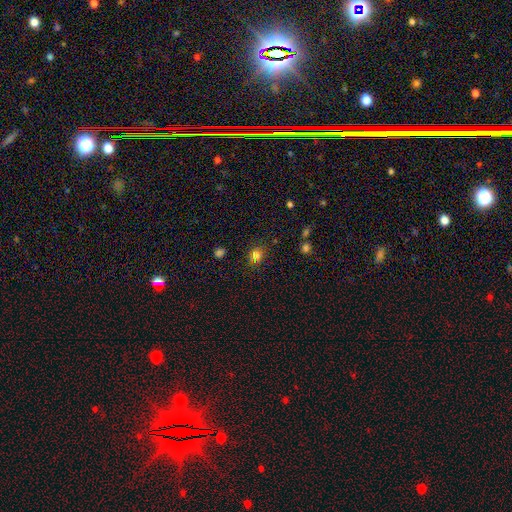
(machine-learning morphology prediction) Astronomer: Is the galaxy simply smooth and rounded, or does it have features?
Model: smooth — 74%.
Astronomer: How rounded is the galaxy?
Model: round — 63%.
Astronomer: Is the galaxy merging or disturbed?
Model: none — 74%.